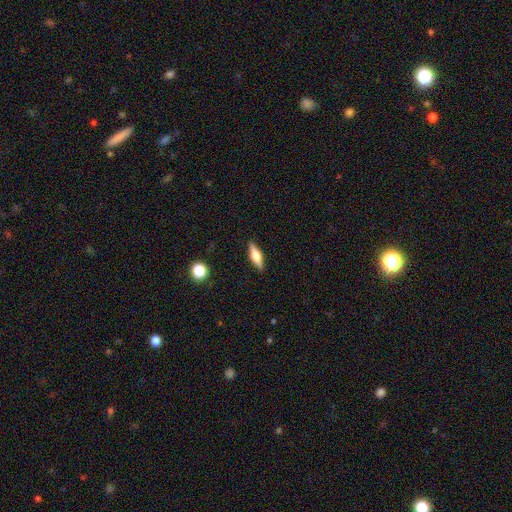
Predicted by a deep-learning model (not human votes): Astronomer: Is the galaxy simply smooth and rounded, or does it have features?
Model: smooth — 49% (runner-up: featured or disk, 44%).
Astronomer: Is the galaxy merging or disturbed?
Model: none — 89%.